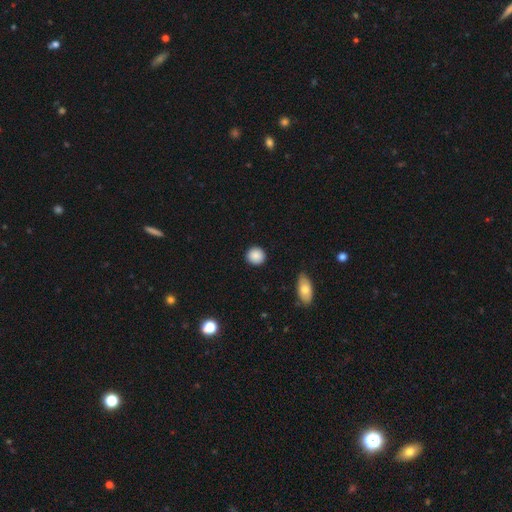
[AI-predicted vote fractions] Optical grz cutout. It shows a smooth galaxy with no disk features (89%) that is round (88%). Merging: none (90%).